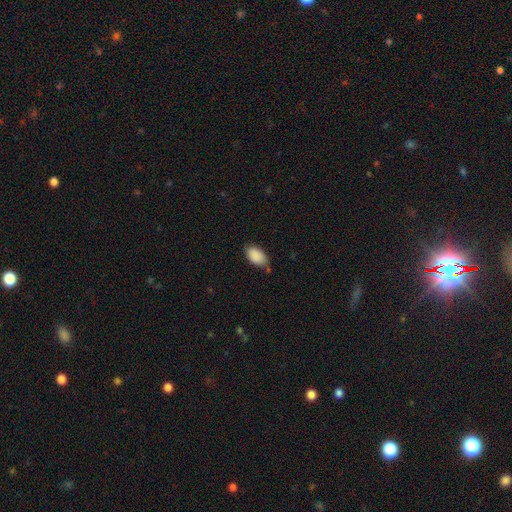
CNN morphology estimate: type=smooth (90%); roundness=in between (94%); merging=none (77%).